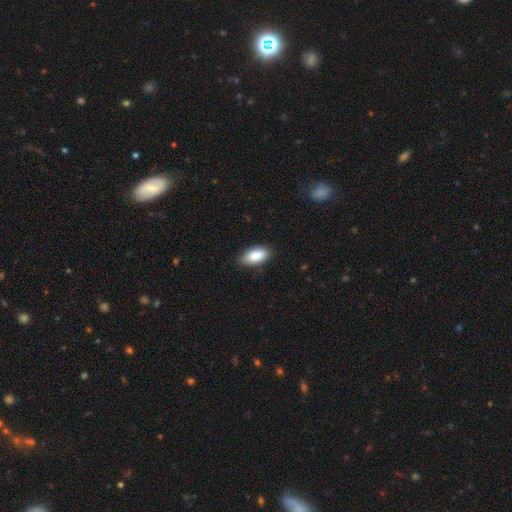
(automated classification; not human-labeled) A smooth galaxy with no disk features (86%) that is in between round and cigar-shaped (92%).

Vote fractions:
- Smooth or featured? smooth: 86% / featured or disk: 8% / star or artifact: 7%
- How rounded? in between: 92% / cigar-shaped: 4% / round: 3%
- Merging? none: 82% / minor disturbance: 15% / major disturbance: 2% / merger: 1%